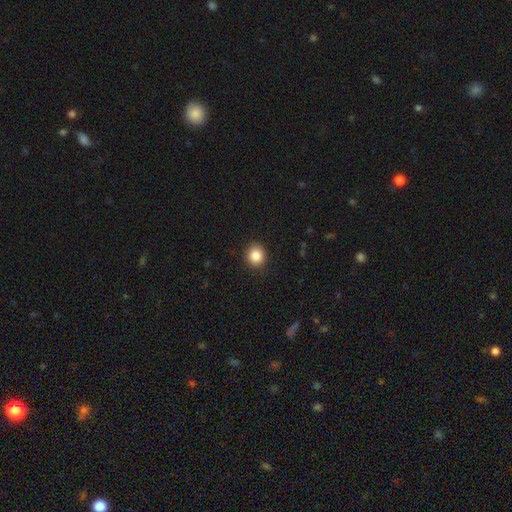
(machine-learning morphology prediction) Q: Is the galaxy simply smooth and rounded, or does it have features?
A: smooth — 87%.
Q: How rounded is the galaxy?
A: round — 84%.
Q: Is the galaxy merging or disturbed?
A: none — 91%.